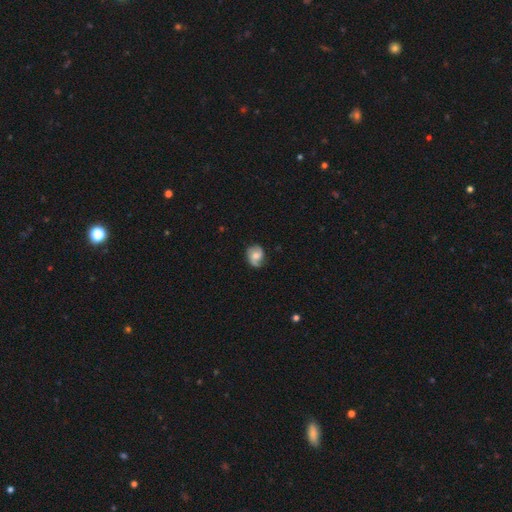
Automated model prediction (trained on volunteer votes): featured or disk 54%, smooth 38%, star or artifact 8%. Down the decision tree: edge-on disk — no (97%); bar — no (61%); spiral arms — yes (90%); bulge size — moderate (51%); merging — none (67%).